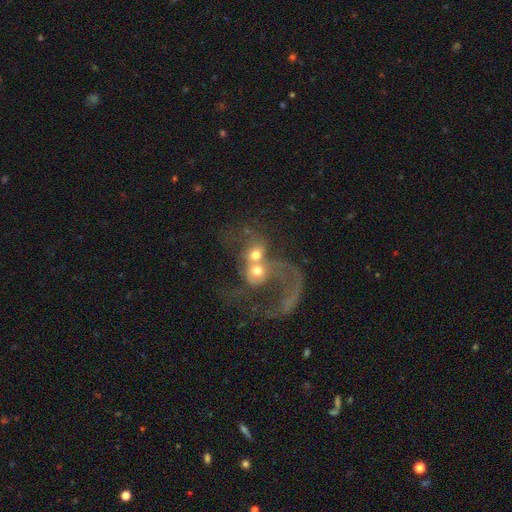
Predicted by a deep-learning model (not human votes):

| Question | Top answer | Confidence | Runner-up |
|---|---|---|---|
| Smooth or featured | featured or disk | 67% | smooth (23%) |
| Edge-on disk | no | 97% | yes (3%) |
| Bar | no | 75% | weak (19%) |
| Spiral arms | yes | 65% | no (35%) |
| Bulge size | moderate | 57% | small (25%) |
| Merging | merger | 75% | major disturbance (13%) |